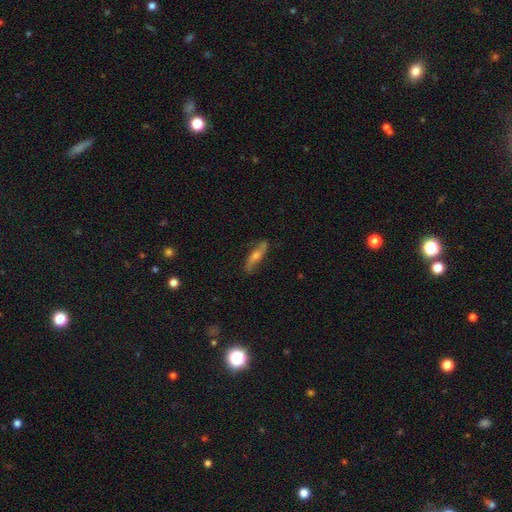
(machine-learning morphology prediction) This is possibly a featured or disk galaxy (59%). It is possibly not viewed edge-on (57%). Merging: clearly none (80%).